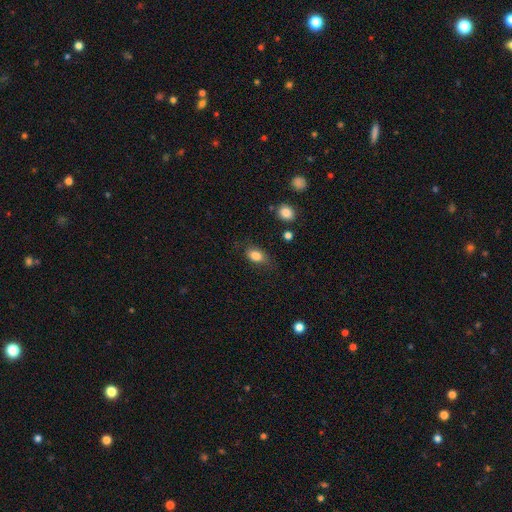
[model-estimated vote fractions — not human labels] The model was most divided on "merging": none: 70%, minor disturbance: 21%, major disturbance: 7%, merger: 2%. More confident: smooth or featured — smooth (84%); how rounded — in between (84%).